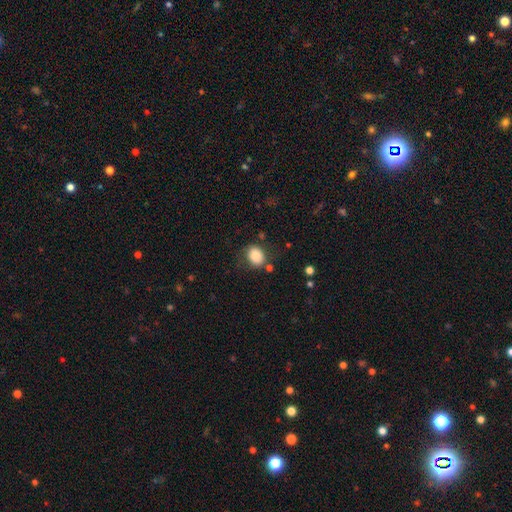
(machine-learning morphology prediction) type=smooth (81%); roundness=round (50%); merging=none (76%).